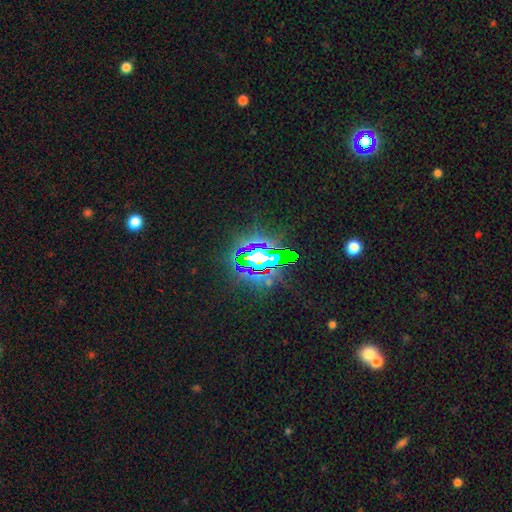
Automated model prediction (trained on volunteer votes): This appears to be a star or artifact, not a galaxy (72%).